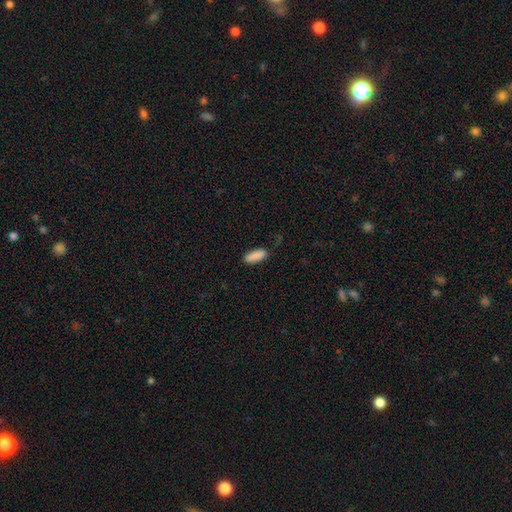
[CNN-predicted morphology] Smooth or featured: smooth — 89% (star or artifact — 7%)
How rounded: in between — 66% (cigar-shaped — 32%)
Merging: none — 79% (minor disturbance — 16%)